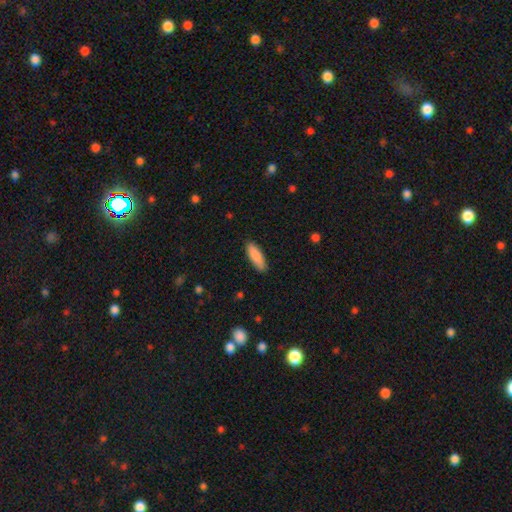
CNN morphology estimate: The model was most divided on "how rounded": in between: 53%, cigar-shaped: 46%, round: 2%. More confident: smooth or featured — smooth (89%); merging — none (88%).